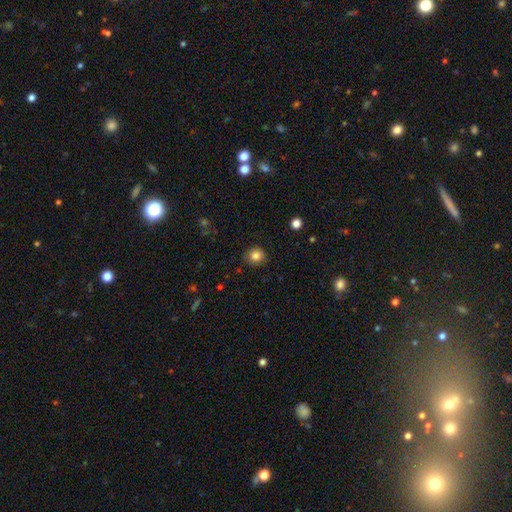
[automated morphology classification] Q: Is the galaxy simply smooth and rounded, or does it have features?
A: smooth — 84%.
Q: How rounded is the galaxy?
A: round — 87%.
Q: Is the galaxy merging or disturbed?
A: none — 89%.